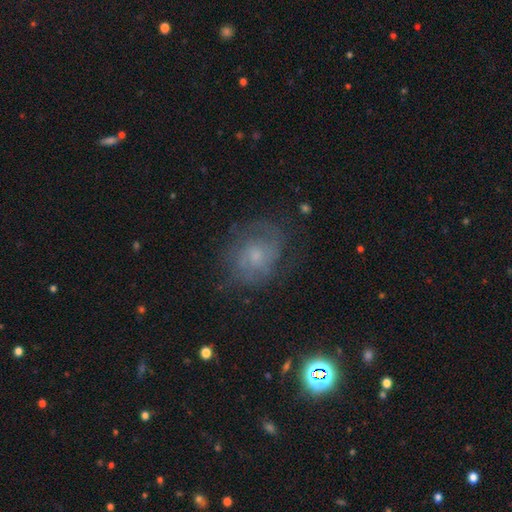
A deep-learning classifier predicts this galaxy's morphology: This is possibly a featured or disk galaxy (53%). It is clearly not viewed edge-on (97%). Bar: likely no (73%). Spiral arm pattern: likely yes (77%). Central bulge: possibly small (52%). Merging: likely none (65%).